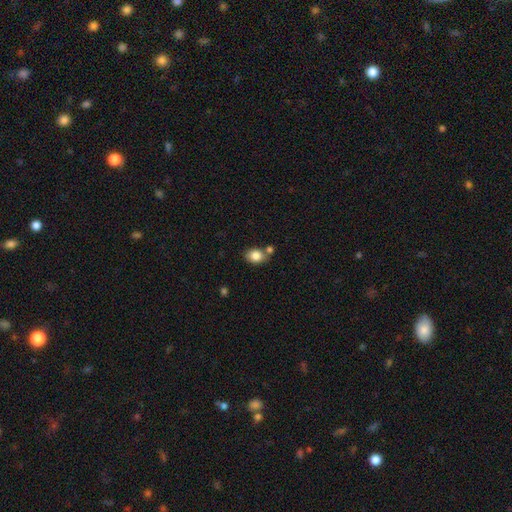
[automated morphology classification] This is clearly a smooth galaxy (83%). How rounded: likely in between (60%). Merging: likely none (62%).